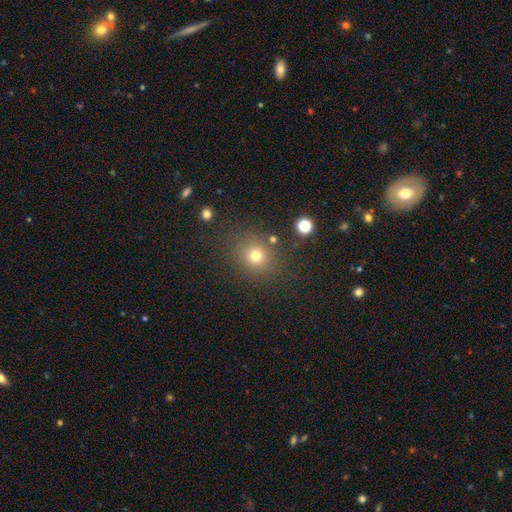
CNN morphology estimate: Smooth or featured: smooth — 74% (star or artifact — 18%)
How rounded: round — 81% (in between — 18%)
Merging: none — 81% (minor disturbance — 10%)